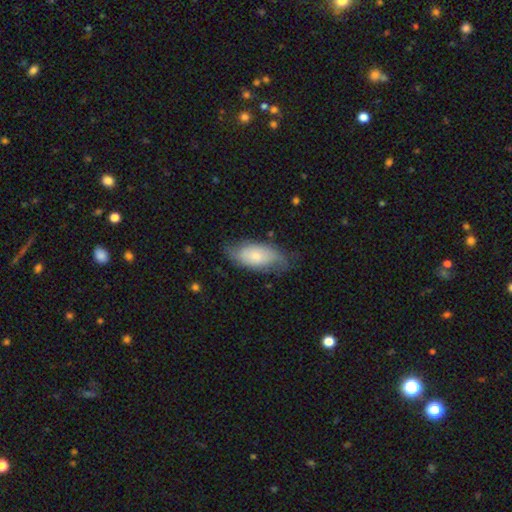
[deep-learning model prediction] Smooth or featured?
  - smooth: 51% *
  - featured or disk: 42%
  - star or artifact: 6%
How rounded?
  - in between: 89% *
  - cigar-shaped: 7%
  - round: 3%
Merging?
  - none: 64% *
  - minor disturbance: 26%
  - major disturbance: 9%
  - merger: 1%